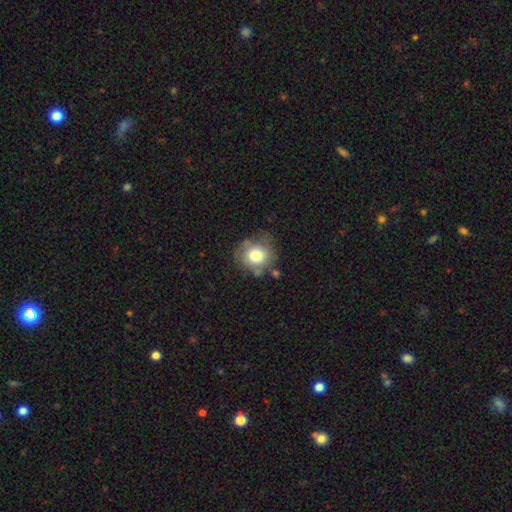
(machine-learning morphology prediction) A smooth galaxy with no disk features (74%) that is round (83%).

Vote fractions:
- Smooth or featured? smooth: 74% / featured or disk: 16% / star or artifact: 10%
- How rounded? round: 83% / in between: 16% / cigar-shaped: 1%
- Merging? none: 67% / minor disturbance: 20% / major disturbance: 7% / merger: 6%